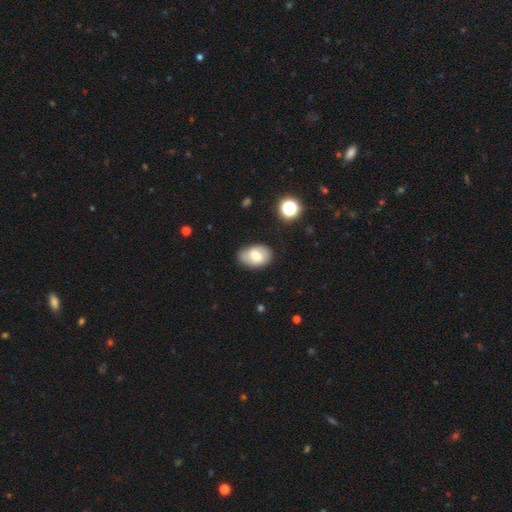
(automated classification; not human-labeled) Smooth or featured? Predicted: smooth (p=0.69). How rounded? Predicted: in between (p=0.87). Merging? Predicted: none (p=0.80).